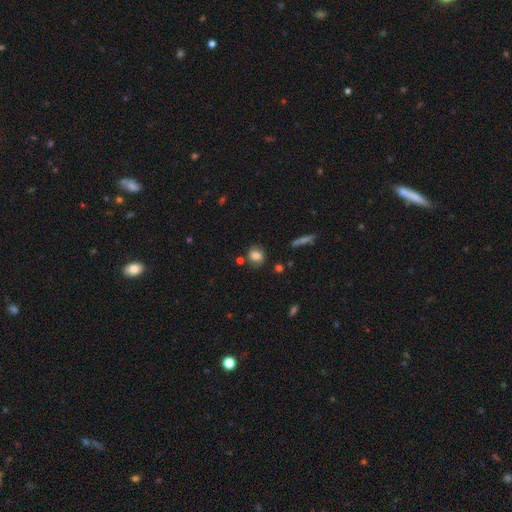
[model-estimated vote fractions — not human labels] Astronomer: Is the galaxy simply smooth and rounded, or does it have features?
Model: smooth — 76%.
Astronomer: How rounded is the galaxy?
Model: round — 64%.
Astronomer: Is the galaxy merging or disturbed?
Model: none — 73%.